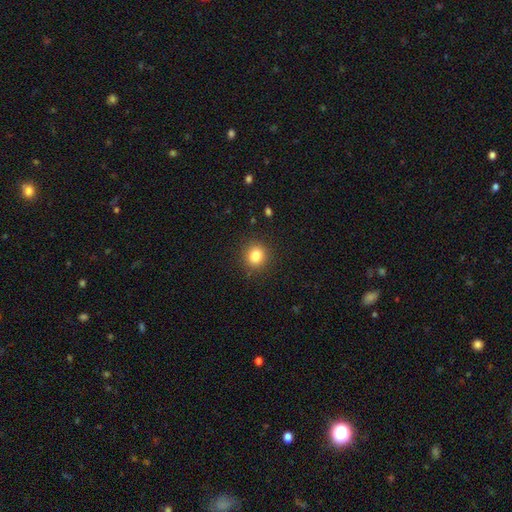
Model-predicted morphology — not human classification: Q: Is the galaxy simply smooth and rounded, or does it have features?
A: smooth — 83%.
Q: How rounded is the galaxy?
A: round — 84%.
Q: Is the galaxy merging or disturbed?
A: none — 90%.